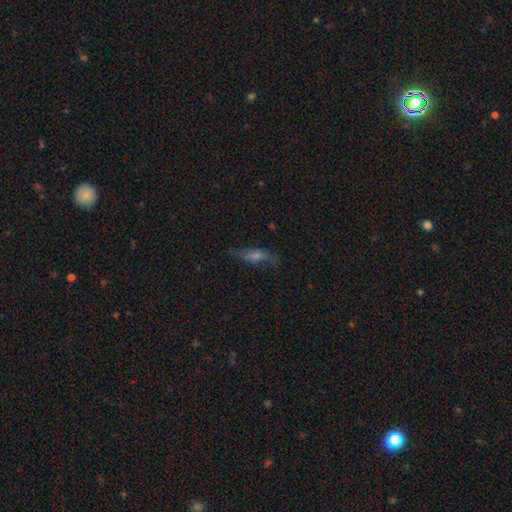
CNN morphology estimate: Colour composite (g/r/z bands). It shows a featured or disk galaxy (44%). Merging: none (66%).